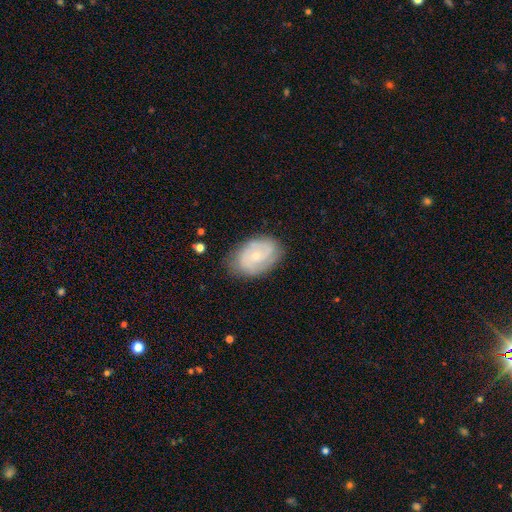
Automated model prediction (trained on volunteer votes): This appears to be a featured or disk galaxy (66%) with no bar (69%), 2 (53%) tight (51%) spiral arms (86%) and a small central bulge (69%). Merging: none (77%).